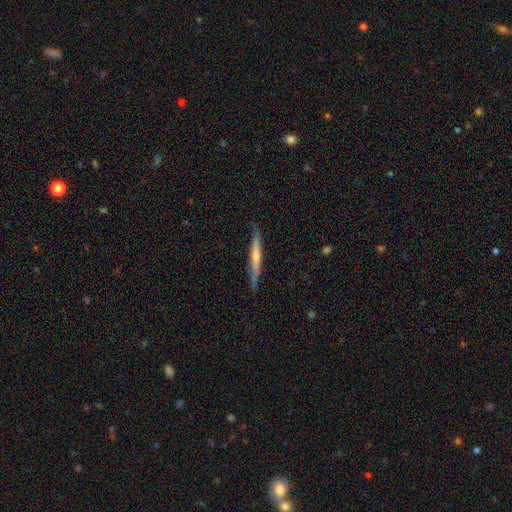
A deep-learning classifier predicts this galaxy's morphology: type=featured or disk (67%); edge-on=yes (97%); edge-on bulge=rounded (70%); merging=none (89%).